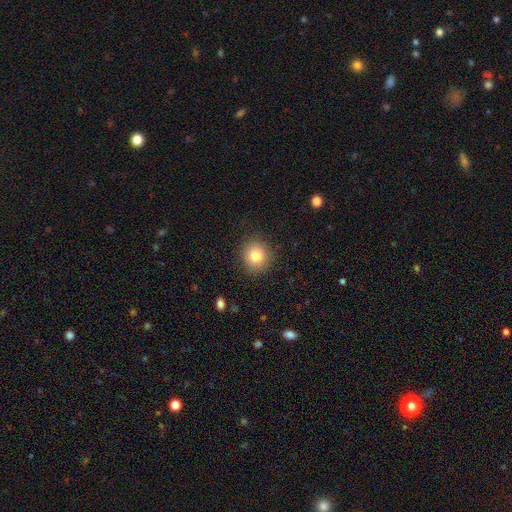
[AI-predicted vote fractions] Smooth or featured?
  - smooth: 83% *
  - star or artifact: 10%
  - featured or disk: 7%
How rounded?
  - round: 89% *
  - in between: 10%
  - cigar-shaped: 1%
Merging?
  - none: 88% *
  - minor disturbance: 8%
  - major disturbance: 3%
  - merger: 1%